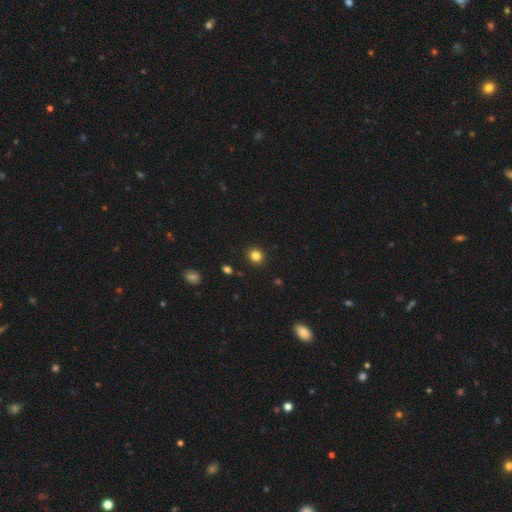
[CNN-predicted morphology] smooth-or-featured: smooth: 83% | star or artifact: 12% | featured or disk: 5%
  how-rounded: round: 86% | in between: 14% | cigar-shaped: 1%
  merging: none: 92% | minor disturbance: 5% | major disturbance: 2% | merger: 1%